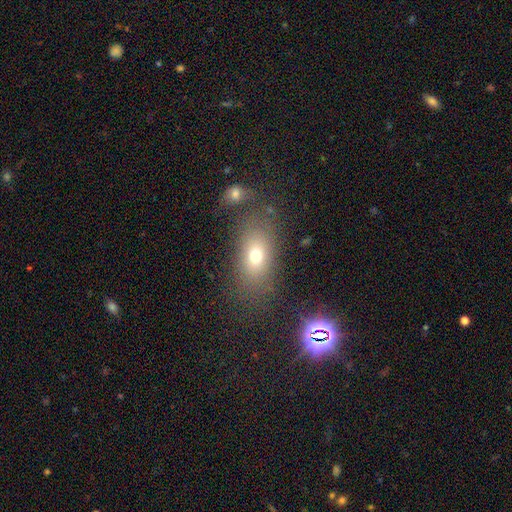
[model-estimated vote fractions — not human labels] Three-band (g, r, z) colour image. It shows a smooth galaxy with no disk features (70%) that is in between round and cigar-shaped (79%). Merging: none (73%).